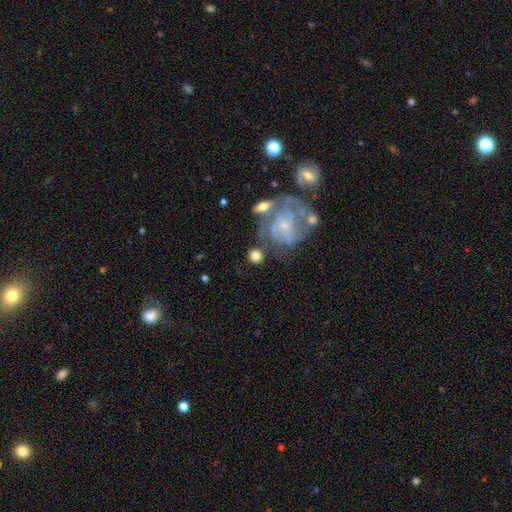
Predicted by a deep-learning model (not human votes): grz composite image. It shows a smooth galaxy with no disk features (63%) that is round (82%). Merging: none (58%).